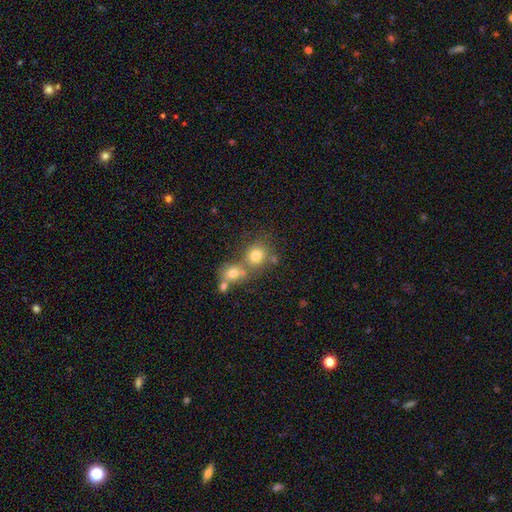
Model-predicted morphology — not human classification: This is likely a smooth galaxy (74%). How rounded: likely round (78%). Merging: possibly none (49%).